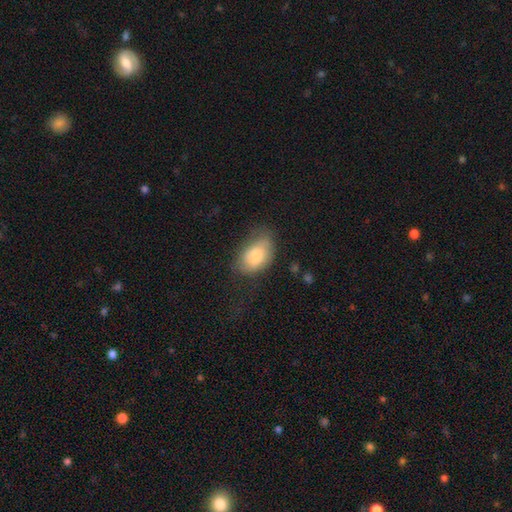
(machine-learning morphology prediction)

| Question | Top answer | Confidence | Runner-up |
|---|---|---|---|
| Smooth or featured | smooth | 79% | featured or disk (14%) |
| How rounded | in between | 91% | round (7%) |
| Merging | none | 52% | minor disturbance (32%) |